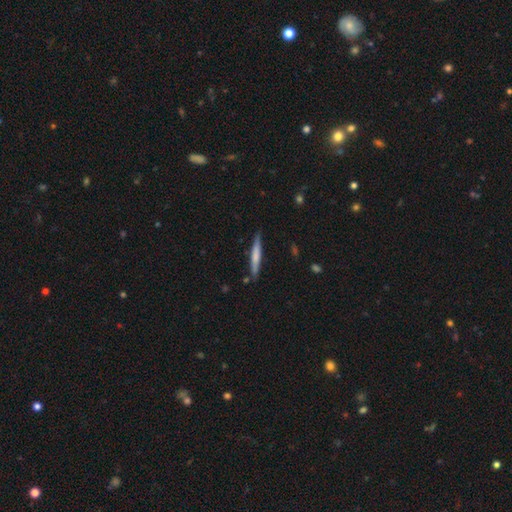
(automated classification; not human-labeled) smooth_or_featured: smooth (p=0.61) [alt: featured or disk p=0.34]
how_rounded: cigar-shaped (p=0.94) [alt: in between p=0.04]
merging: none (p=0.85) [alt: minor disturbance p=0.11]